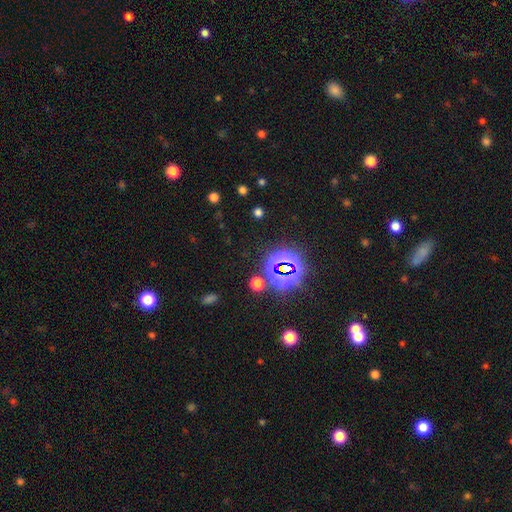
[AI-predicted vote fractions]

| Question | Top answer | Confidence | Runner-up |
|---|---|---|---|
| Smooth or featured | star or artifact | 81% | smooth (12%) |